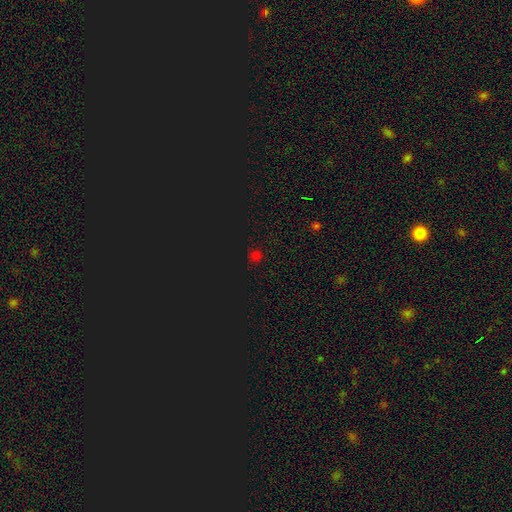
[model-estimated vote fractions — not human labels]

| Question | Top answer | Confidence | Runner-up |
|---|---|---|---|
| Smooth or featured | smooth | 48% | star or artifact (47%) |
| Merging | none | 86% | minor disturbance (9%) |